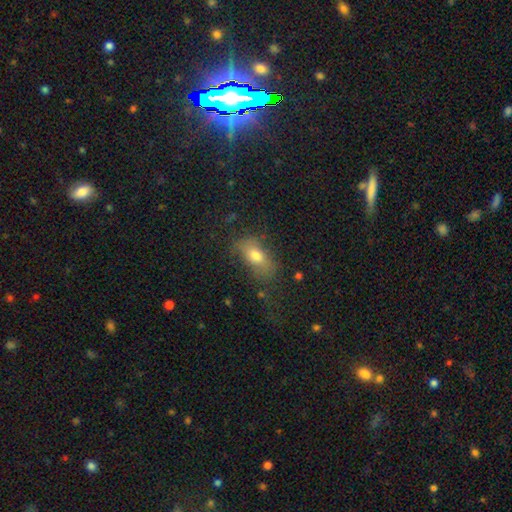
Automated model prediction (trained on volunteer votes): Smooth or featured?
  - smooth: 70% *
  - featured or disk: 19%
  - star or artifact: 11%
How rounded?
  - in between: 83% *
  - cigar-shaped: 9%
  - round: 8%
Merging?
  - none: 57% *
  - minor disturbance: 25%
  - major disturbance: 16%
  - merger: 3%